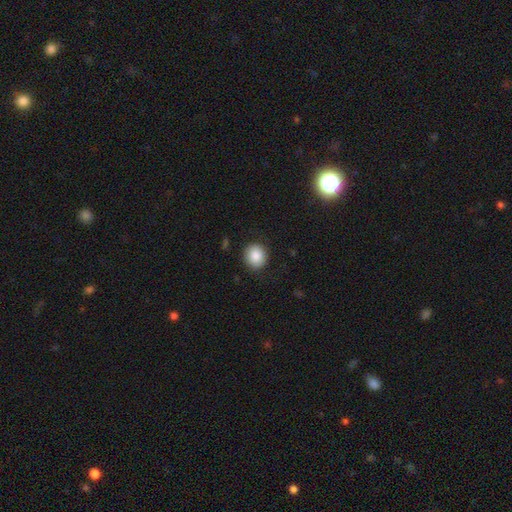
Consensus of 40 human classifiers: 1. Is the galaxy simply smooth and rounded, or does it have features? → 90% smooth, 8% star or artifact, 2% featured or disk.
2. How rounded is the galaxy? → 92% round, 8% in between, 0% cigar-shaped.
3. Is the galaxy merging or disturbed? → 89% none, 5% major disturbance, 3% minor disturbance, 3% merger.